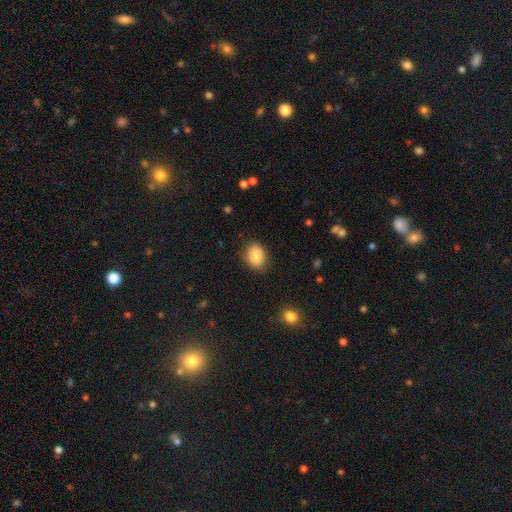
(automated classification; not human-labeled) smooth-or-featured: smooth: 86% | star or artifact: 8% | featured or disk: 6%
  how-rounded: in between: 62% | round: 37% | cigar-shaped: 1%
  merging: none: 84% | minor disturbance: 12% | major disturbance: 3% | merger: 1%